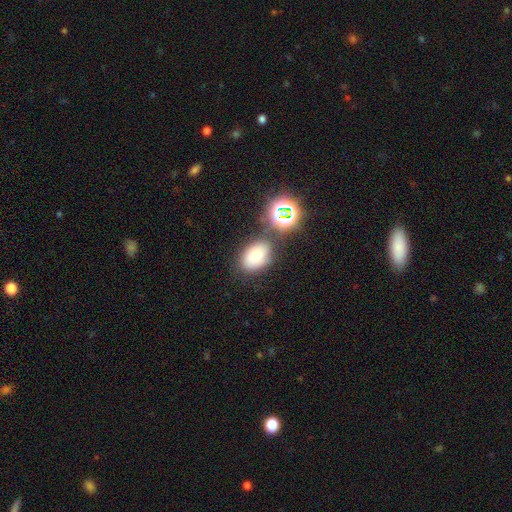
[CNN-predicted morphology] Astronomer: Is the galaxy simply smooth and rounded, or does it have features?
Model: smooth — 73%.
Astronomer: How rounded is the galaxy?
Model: in between — 80%.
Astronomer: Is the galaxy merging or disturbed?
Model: none — 71%.